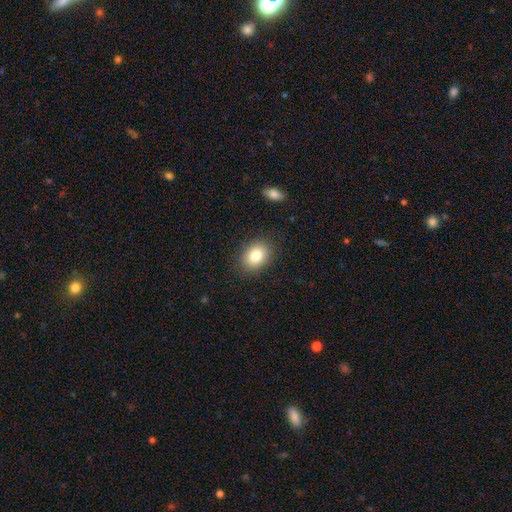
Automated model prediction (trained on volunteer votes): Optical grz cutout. It shows a smooth galaxy with no disk features (82%) that is in between round and cigar-shaped (62%). Merging: none (86%).